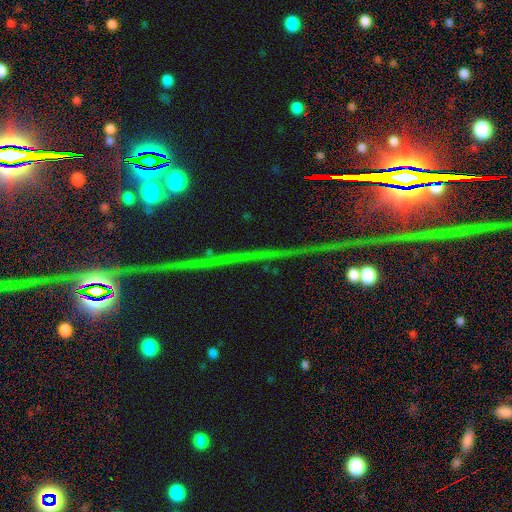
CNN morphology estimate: smooth-or-featured: star or artifact: 83% | featured or disk: 11% | smooth: 6%